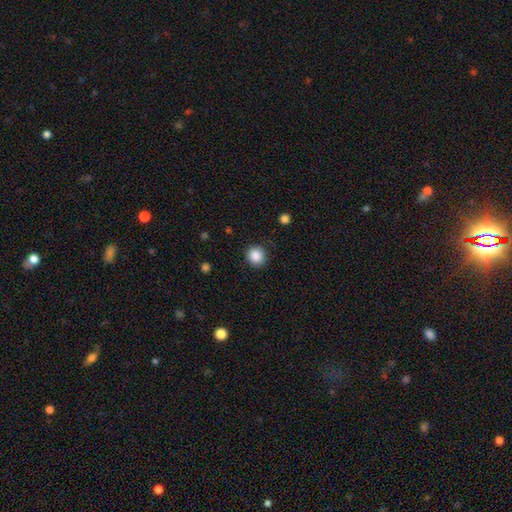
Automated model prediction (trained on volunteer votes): Smooth or featured?
  - smooth: 87% *
  - star or artifact: 9%
  - featured or disk: 3%
How rounded?
  - round: 92% *
  - in between: 7%
  - cigar-shaped: 1%
Merging?
  - none: 90% *
  - minor disturbance: 7%
  - major disturbance: 2%
  - merger: 1%